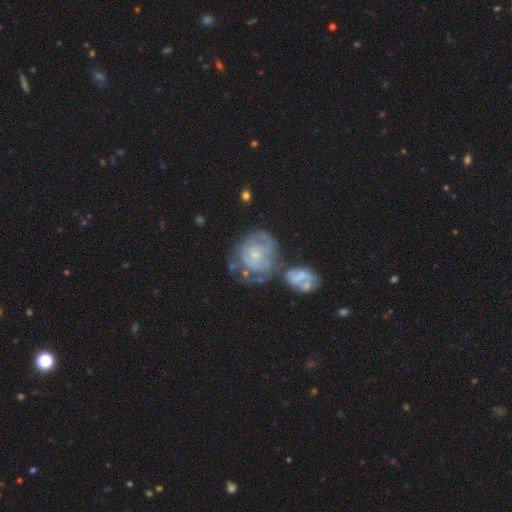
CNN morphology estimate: type=featured or disk (65%); edge-on=no (97%); bar=no (80%); spiral arms=yes (67%); bulge=small (74%); merging=none (33%).